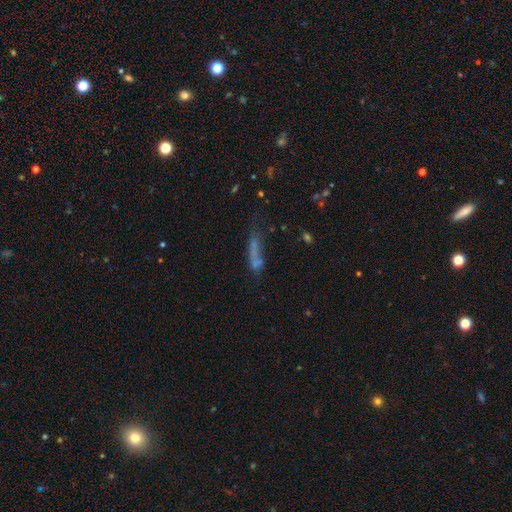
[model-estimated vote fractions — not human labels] Smooth or featured: smooth — 50% (featured or disk — 25%)
Merging: none — 43% (major disturbance — 20%)